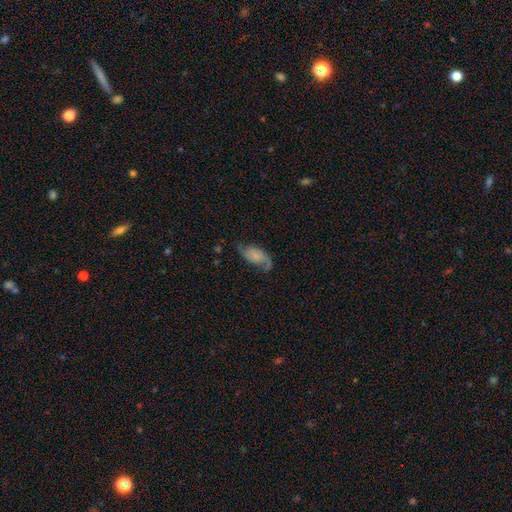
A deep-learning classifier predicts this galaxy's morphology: Overall: featured or disk (62%; smooth 30%). Edge-on disk: no (94%). Bar: no (68%). Spiral arms: yes (92%). Spiral arm count: 2 (86%). Spiral winding: loose (59%; medium 30%). Bulge size: none (44%; small 28%). Merging: none (62%; minor disturbance 23%).